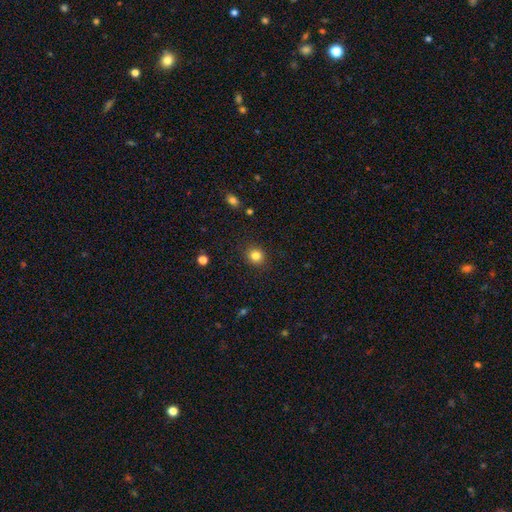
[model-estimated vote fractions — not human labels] smooth_or_featured: smooth (p=0.83) [alt: star or artifact p=0.12]
how_rounded: round (p=0.83) [alt: in between p=0.16]
merging: none (p=0.89) [alt: minor disturbance p=0.07]